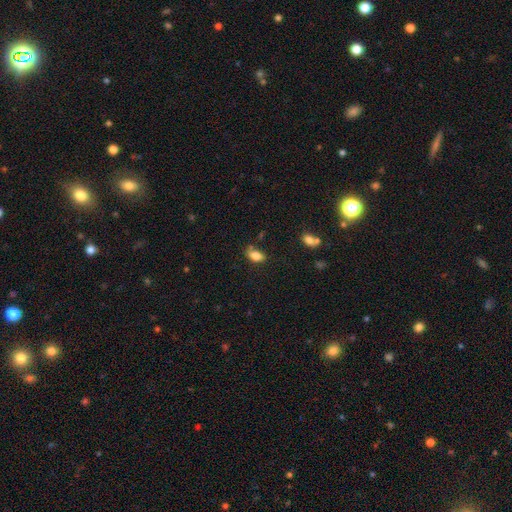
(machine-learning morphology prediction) Overall: smooth (83%). How rounded: in between (89%). Merging: none (63%).